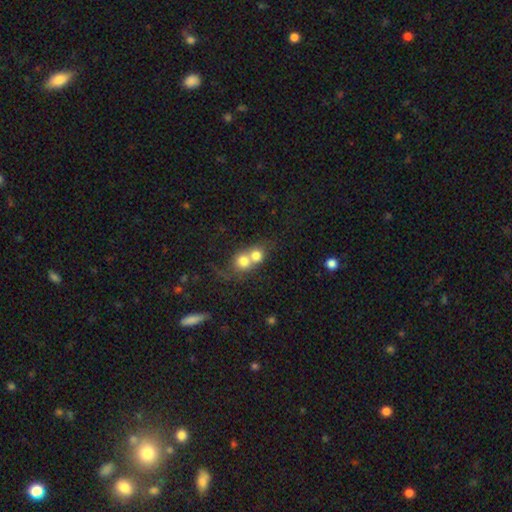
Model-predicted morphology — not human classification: A smooth galaxy with no disk features (72%) that is round (78%). Merging: merger (72%).